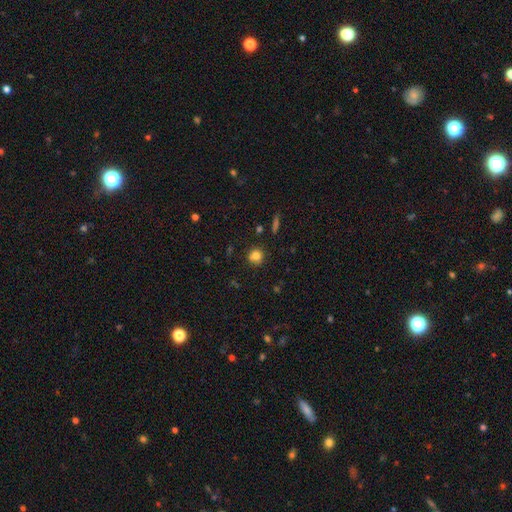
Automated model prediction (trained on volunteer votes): Smooth or featured: smooth — 81% (star or artifact — 12%)
How rounded: round — 90% (in between — 9%)
Merging: none — 83% (minor disturbance — 11%)